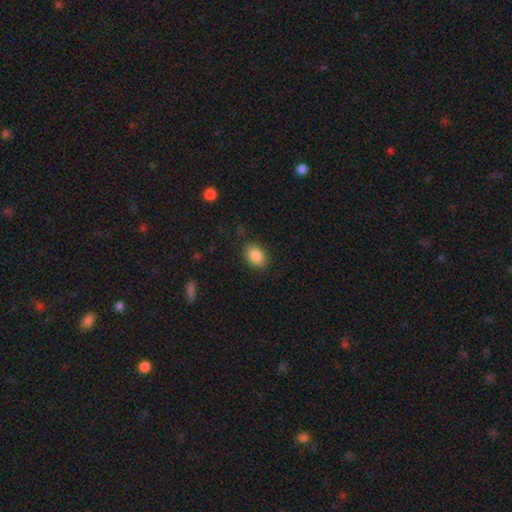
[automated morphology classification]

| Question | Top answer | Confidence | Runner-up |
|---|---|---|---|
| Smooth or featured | smooth | 86% | star or artifact (9%) |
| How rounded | in between | 73% | round (26%) |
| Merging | none | 82% | minor disturbance (13%) |